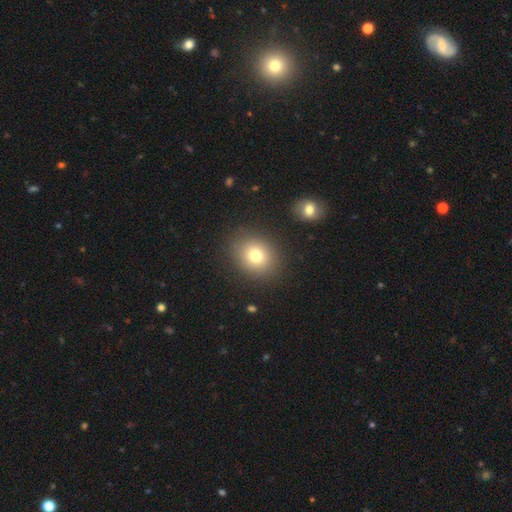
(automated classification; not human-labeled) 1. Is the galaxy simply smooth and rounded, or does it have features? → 76% smooth, 13% star or artifact, 11% featured or disk.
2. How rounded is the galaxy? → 69% round, 30% in between, 1% cigar-shaped.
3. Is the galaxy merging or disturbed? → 87% none, 8% minor disturbance, 3% major disturbance, 2% merger.